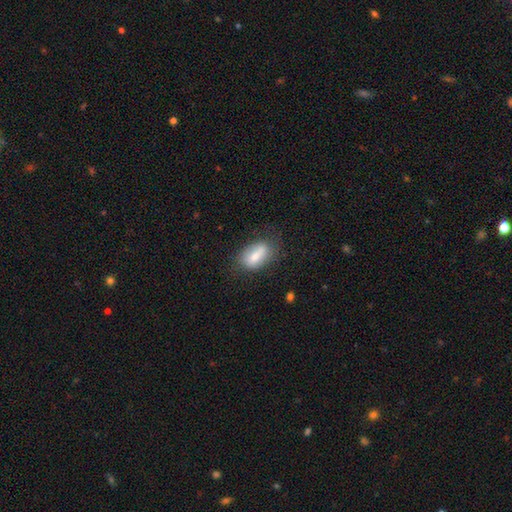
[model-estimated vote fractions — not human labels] Overall: smooth (73%). How rounded: in between (88%). Merging: none (65%).